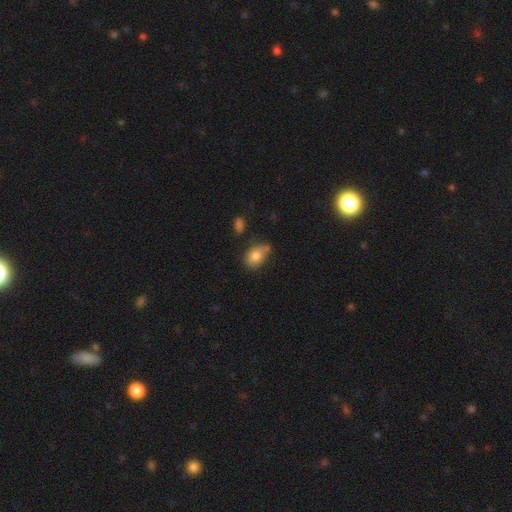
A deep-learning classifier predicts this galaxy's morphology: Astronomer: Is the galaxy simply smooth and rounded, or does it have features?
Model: smooth — 80%.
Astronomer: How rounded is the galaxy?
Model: in between — 79%.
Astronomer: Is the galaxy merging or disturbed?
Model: none — 51% (runner-up: minor disturbance, 32%).